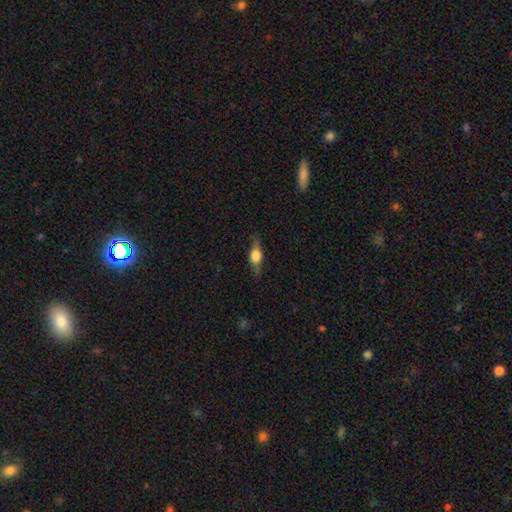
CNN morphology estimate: smooth-or-featured: featured or disk: 52% | smooth: 40% | star or artifact: 8%
  disk-edge-on: yes: 92% | no: 8%
  merging: none: 79% | minor disturbance: 16% | major disturbance: 4% | merger: 1%